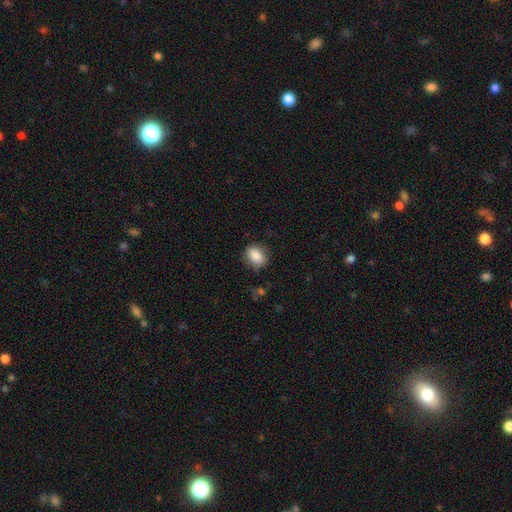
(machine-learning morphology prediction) Smooth or featured: smooth — 86% (star or artifact — 8%)
How rounded: in between — 62% (round — 37%)
Merging: none — 81% (minor disturbance — 14%)